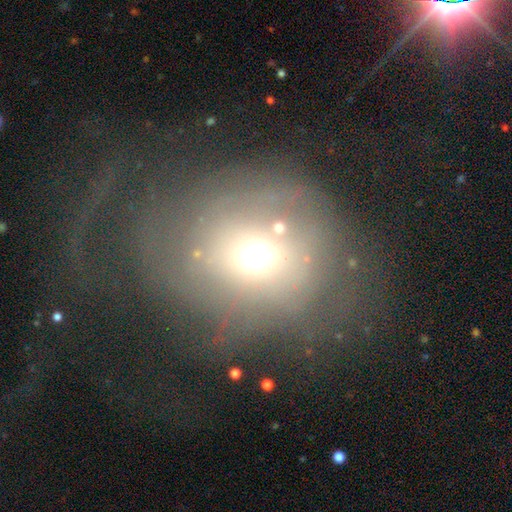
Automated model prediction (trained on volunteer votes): Morphology: type=smooth (45%); merging=major disturbance (44%).